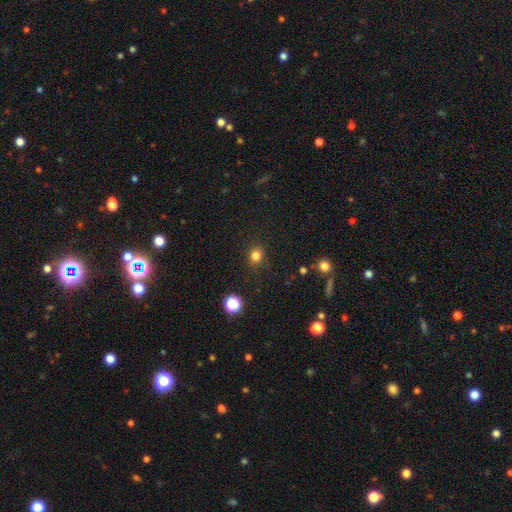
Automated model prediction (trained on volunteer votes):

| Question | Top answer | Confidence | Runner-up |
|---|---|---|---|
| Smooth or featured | smooth | 81% | star or artifact (14%) |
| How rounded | round | 78% | in between (21%) |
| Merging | none | 88% | minor disturbance (8%) |